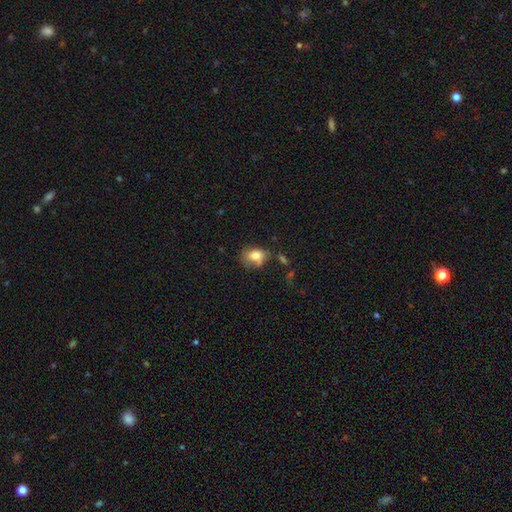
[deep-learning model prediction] Smooth or featured? smooth (78%)
How rounded? in between (63%)
Merging? none (47%)